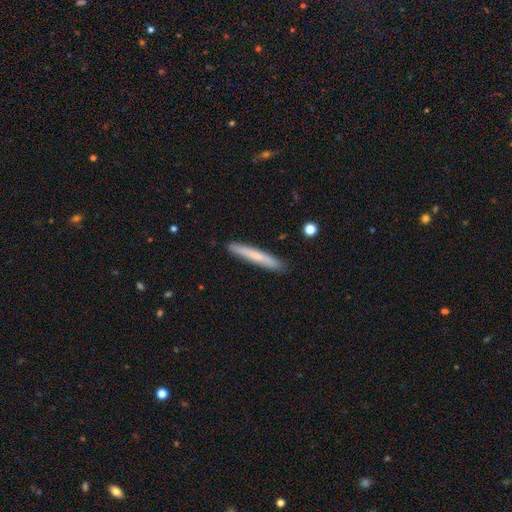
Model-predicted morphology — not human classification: The model was most divided on "smooth or featured": smooth: 67%, featured or disk: 27%, star or artifact: 6%. More confident: how rounded — cigar-shaped (96%); merging — none (90%).